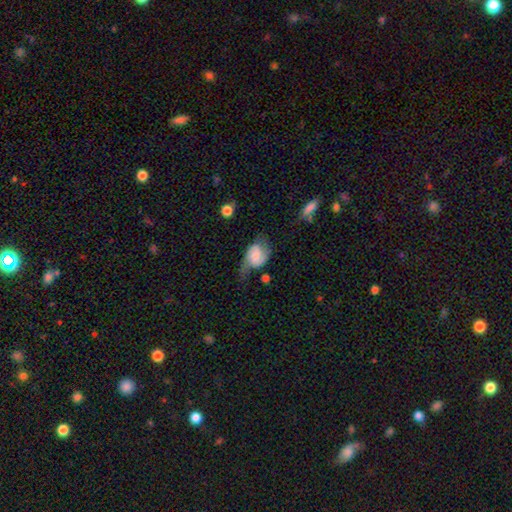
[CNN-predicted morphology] The model was most divided on "merging": none: 35%, minor disturbance: 34%, major disturbance: 27%, merger: 4%. Remaining: edge-on disk — no (96%); spiral arms — yes (87%); bar — no (60%); smooth or featured — featured or disk (55%); bulge size — small (37%).